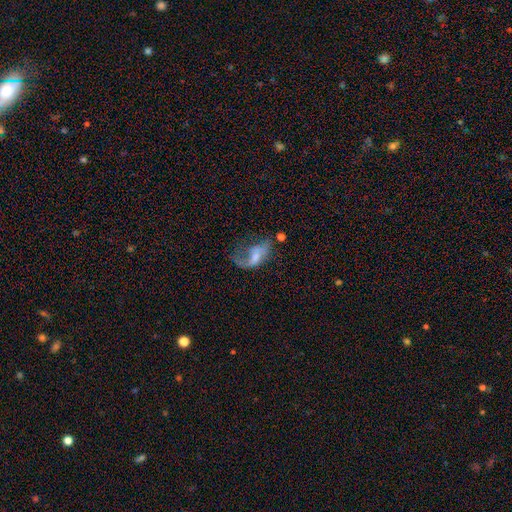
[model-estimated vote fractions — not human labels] The model was most divided on "smooth or featured": featured or disk: 50%, smooth: 39%, star or artifact: 10%. More confident: edge-on disk — no (94%); merging — major disturbance (55%).